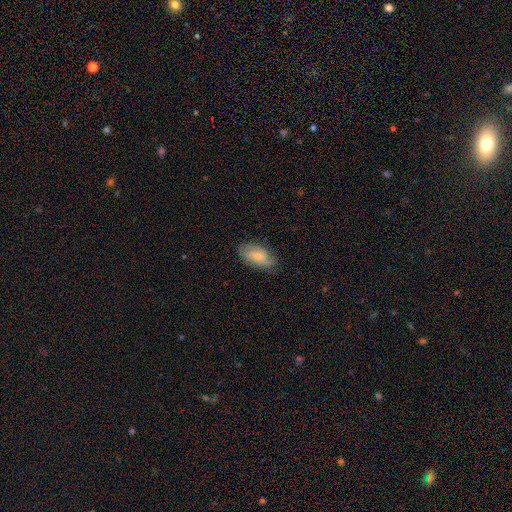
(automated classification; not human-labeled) smooth_or_featured: smooth (p=0.54) [alt: featured or disk p=0.39]
how_rounded: in between (p=0.91) [alt: round p=0.05]
merging: none (p=0.68) [alt: minor disturbance p=0.23]